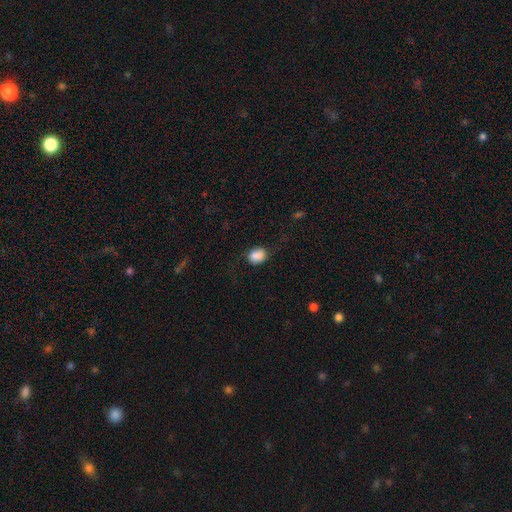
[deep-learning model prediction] Smooth or featured? smooth (85%)
How rounded? round (52%)
Merging? none (71%)